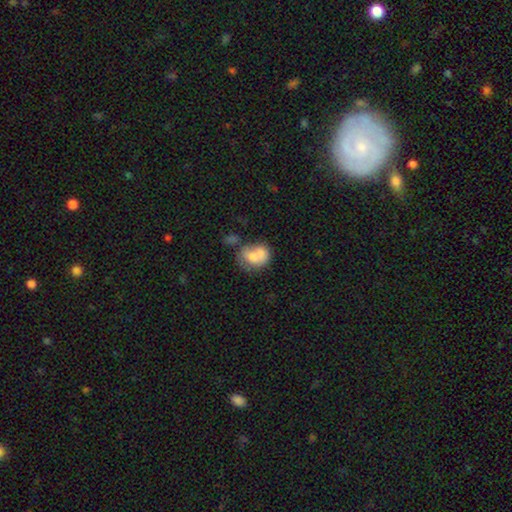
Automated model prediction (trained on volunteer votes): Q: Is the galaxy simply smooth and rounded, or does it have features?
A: smooth — 68%.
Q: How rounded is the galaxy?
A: round — 51%.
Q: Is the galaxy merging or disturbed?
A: merger — 56%.